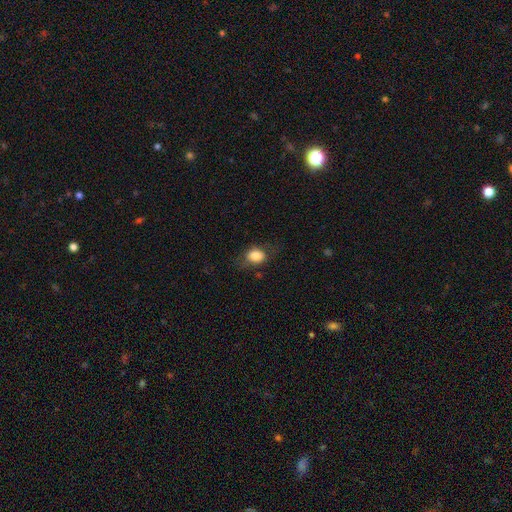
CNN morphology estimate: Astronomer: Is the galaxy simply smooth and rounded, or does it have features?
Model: smooth — 80%.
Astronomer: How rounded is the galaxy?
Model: in between — 68%.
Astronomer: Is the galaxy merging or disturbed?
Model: none — 66%.